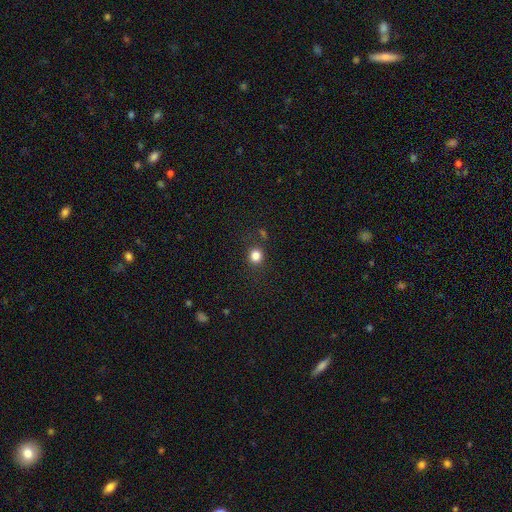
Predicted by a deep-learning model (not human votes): A smooth galaxy with no disk features (82%) that is round (87%).

Vote fractions:
- Smooth or featured? smooth: 82% / star or artifact: 13% / featured or disk: 5%
- How rounded? round: 87% / in between: 12% / cigar-shaped: 1%
- Merging? none: 83% / minor disturbance: 9% / merger: 4% / major disturbance: 4%